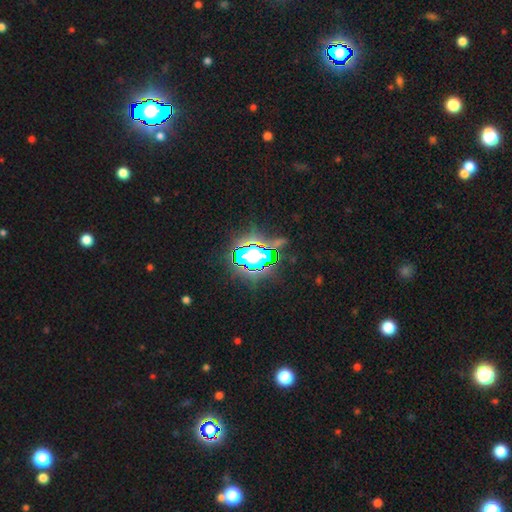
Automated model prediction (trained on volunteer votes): This appears to be a star or artifact, not a galaxy (67%).